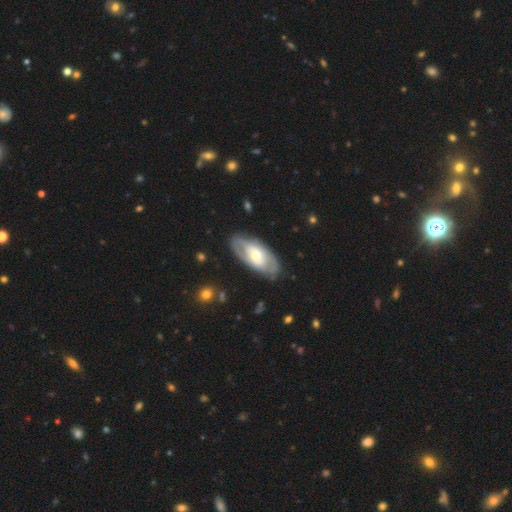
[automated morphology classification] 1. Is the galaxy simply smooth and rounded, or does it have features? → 61% featured or disk, 34% smooth, 5% star or artifact.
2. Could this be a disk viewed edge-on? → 89% no, 11% yes.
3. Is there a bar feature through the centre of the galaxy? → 65% no, 24% weak, 10% strong.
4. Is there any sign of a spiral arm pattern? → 52% no, 48% yes.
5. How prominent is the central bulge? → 59% moderate, 31% small, 8% large, 1% dominant, 1% none.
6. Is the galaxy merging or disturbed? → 79% none, 14% minor disturbance, 5% major disturbance, 2% merger.